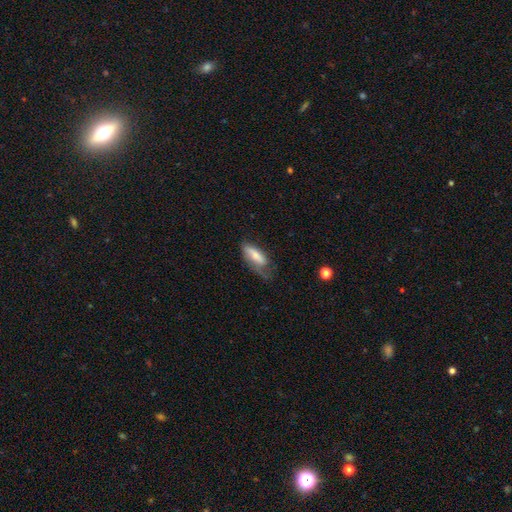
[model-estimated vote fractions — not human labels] A smooth galaxy with no disk features (64%) that is in between round and cigar-shaped (73%). Merging: none (34%, tied with minor disturbance).